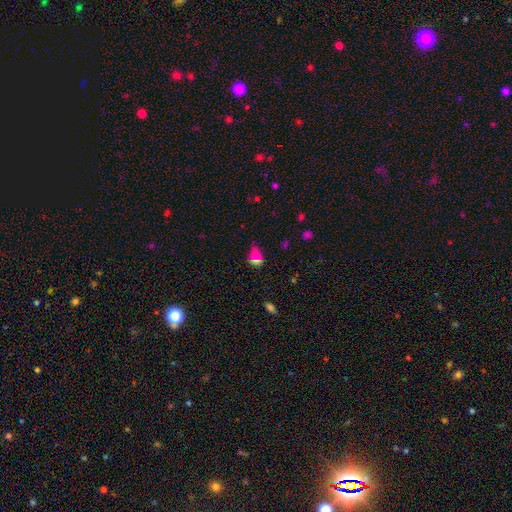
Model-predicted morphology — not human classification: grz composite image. It shows a smooth galaxy with no disk features (61%) that is in between round and cigar-shaped (69%). Merging: none (41%).